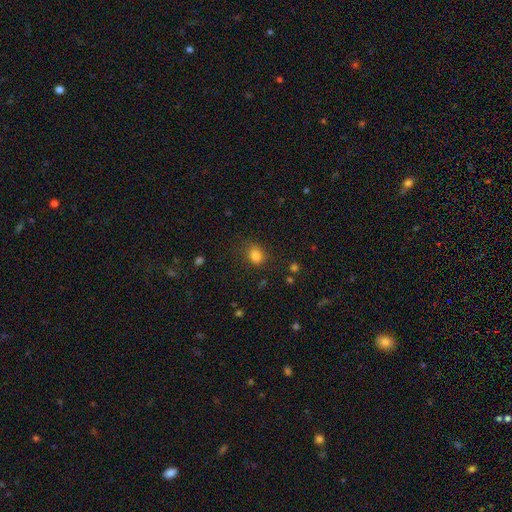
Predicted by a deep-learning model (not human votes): Overall: smooth (81%). How rounded: in between (52%; round 46%). Merging: none (72%).